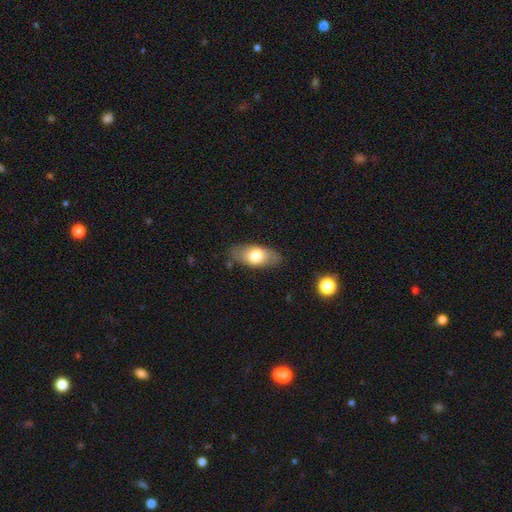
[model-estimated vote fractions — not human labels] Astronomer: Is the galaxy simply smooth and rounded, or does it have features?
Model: smooth — 67%.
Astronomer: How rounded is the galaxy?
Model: in between — 88%.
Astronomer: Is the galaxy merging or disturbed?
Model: none — 79%.